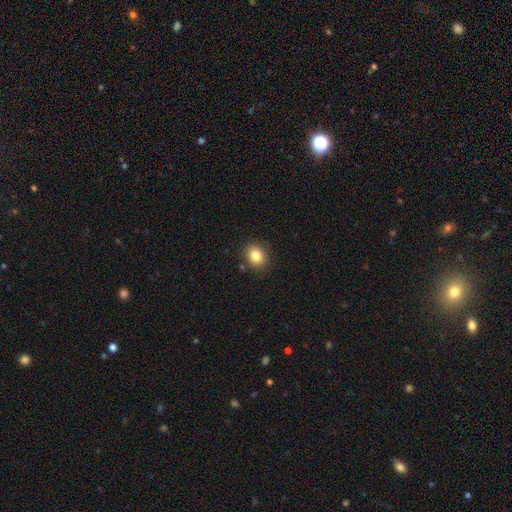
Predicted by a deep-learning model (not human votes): This appears to be a smooth galaxy with no disk features (84%) that is round (60%). Merging: none (86%).